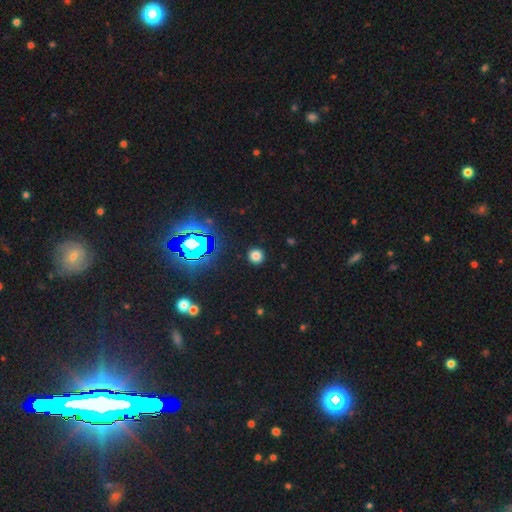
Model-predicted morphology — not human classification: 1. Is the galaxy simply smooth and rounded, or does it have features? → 73% smooth, 22% star or artifact, 5% featured or disk.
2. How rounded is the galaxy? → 93% round, 6% in between, 1% cigar-shaped.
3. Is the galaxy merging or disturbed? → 91% none, 5% minor disturbance, 2% major disturbance, 1% merger.